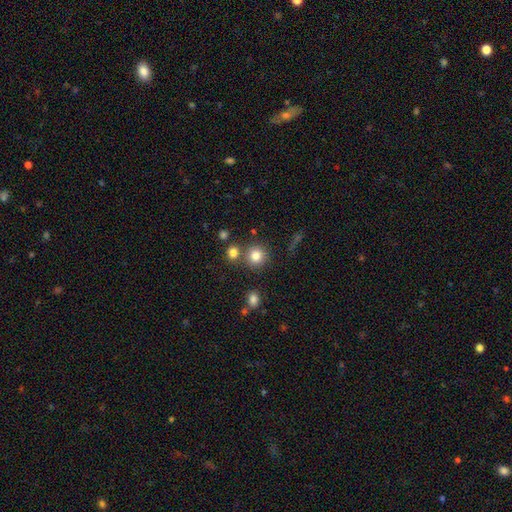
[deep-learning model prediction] A smooth galaxy with no disk features (80%) that is round (91%). Merging: none (76%).